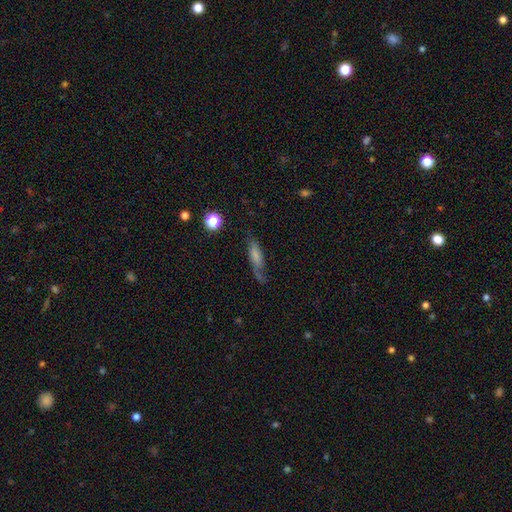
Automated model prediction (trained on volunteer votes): Smooth or featured?
  - smooth: 60% *
  - featured or disk: 30%
  - star or artifact: 10%
How rounded?
  - cigar-shaped: 49% *
  - in between: 47%
  - round: 4%
Merging?
  - none: 53% *
  - minor disturbance: 27%
  - major disturbance: 16%
  - merger: 3%